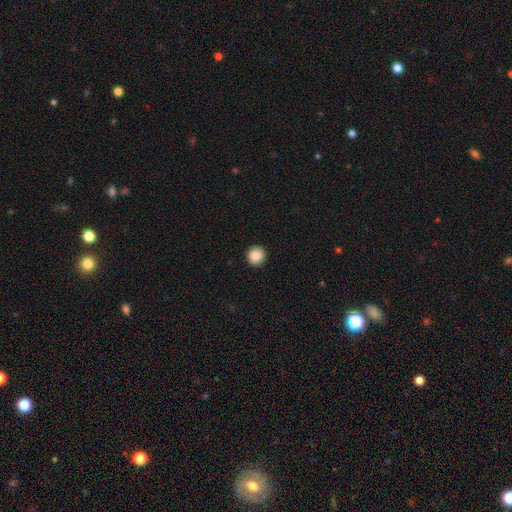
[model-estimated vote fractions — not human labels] A smooth galaxy with no disk features (88%) that is round (94%).

Vote fractions:
- Smooth or featured? smooth: 88% / star or artifact: 9% / featured or disk: 3%
- How rounded? round: 94% / in between: 5% / cigar-shaped: 1%
- Merging? none: 93% / minor disturbance: 5% / major disturbance: 1% / merger: 1%